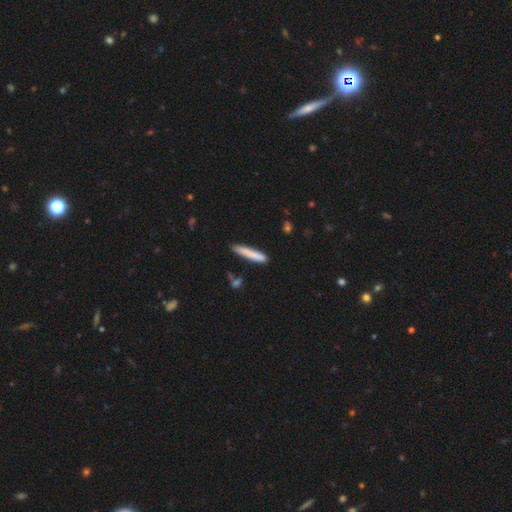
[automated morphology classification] This appears to be a smooth galaxy with no disk features (80%) that is cigar-shaped (94%). Merging: none (84%).